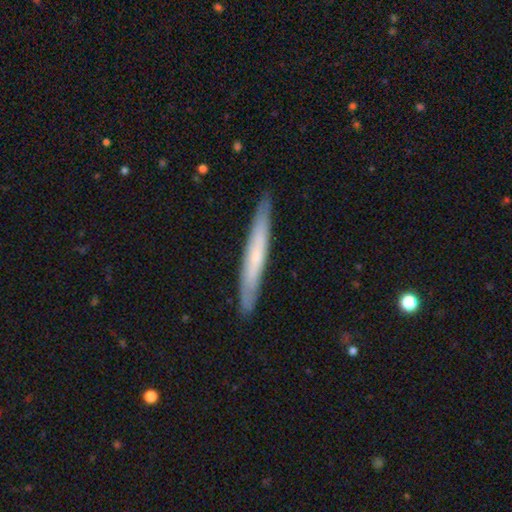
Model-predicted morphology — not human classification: Smooth or featured? smooth (49%)
Merging? none (90%)